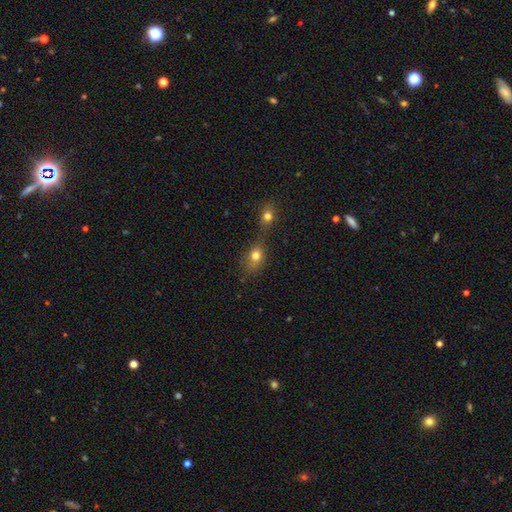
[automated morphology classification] A smooth galaxy with no disk features (75%) that is in between round and cigar-shaped (55%). Merging: merger (52%).